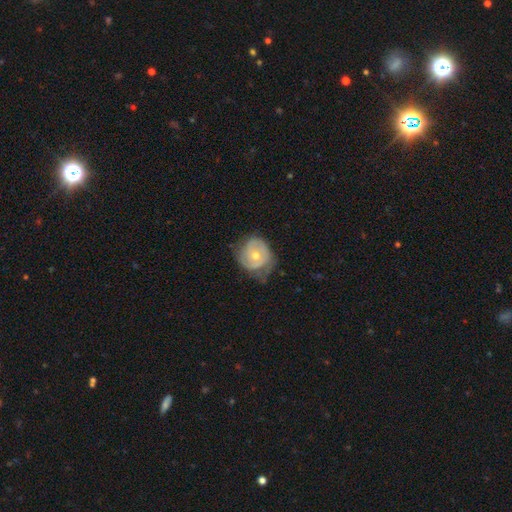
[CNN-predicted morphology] Smooth or featured?
  - featured or disk: 68% *
  - smooth: 27%
  - star or artifact: 6%
Edge-on disk?
  - no: 97% *
  - yes: 3%
Bar?
  - no: 77% *
  - weak: 19%
  - strong: 4%
Spiral arms?
  - yes: 82% *
  - no: 18%
Spiral winding?
  - tight: 58% *
  - medium: 30%
  - loose: 11%
Spiral arm count?
  - 2: 51% *
  - can't tell: 25%
  - 3: 10%
  - 1: 9%
  - 4: 2%
  - more than 4: 2%
Bulge size?
  - moderate: 61% *
  - small: 35%
  - large: 2%
  - none: 1%
  - dominant: 1%
Merging?
  - none: 49% *
  - minor disturbance: 34%
  - major disturbance: 16%
  - merger: 2%